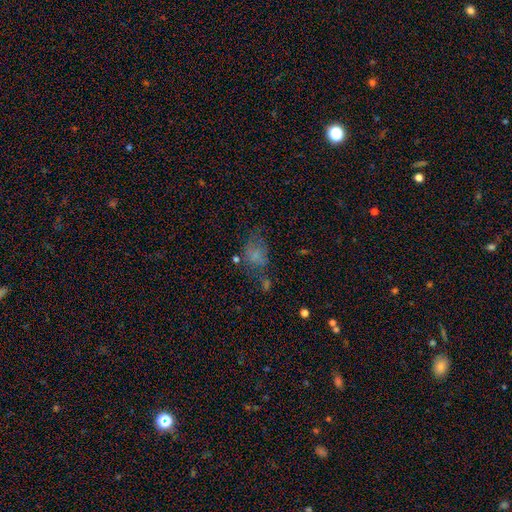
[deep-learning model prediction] Smooth or featured?
  - smooth: 60% *
  - featured or disk: 22%
  - star or artifact: 18%
How rounded?
  - in between: 75% *
  - round: 23%
  - cigar-shaped: 2%
Merging?
  - none: 37% *
  - minor disturbance: 24%
  - major disturbance: 24%
  - merger: 14%